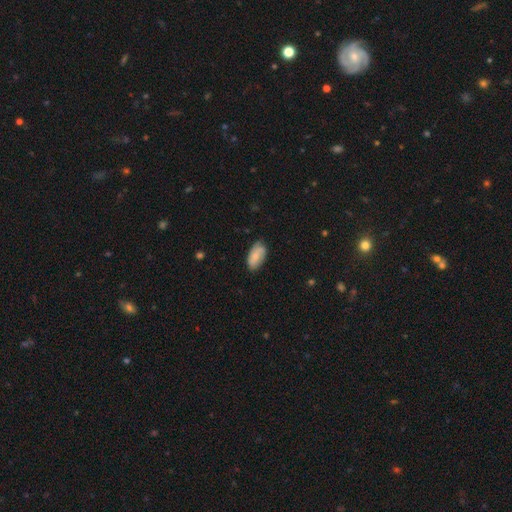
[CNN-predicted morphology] A smooth galaxy with no disk features (73%) that is in between round and cigar-shaped (93%). Merging: none (70%).